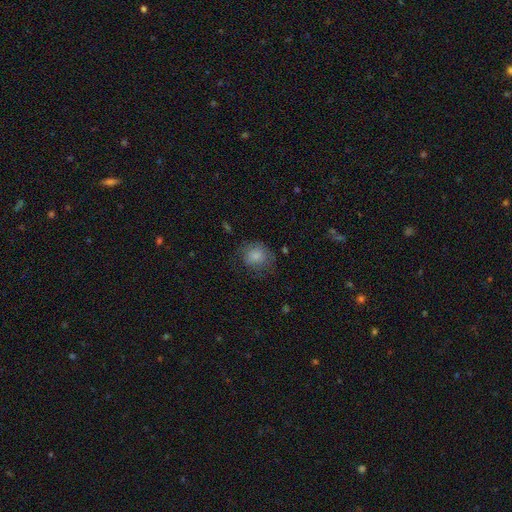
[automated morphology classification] Smooth or featured? Predicted: smooth (p=0.79). How rounded? Predicted: round (p=0.72). Merging? Predicted: none (p=0.59).